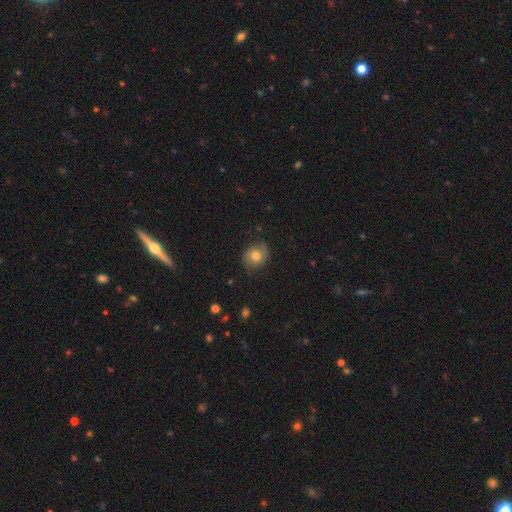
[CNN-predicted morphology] Q: Smooth or featured?
A: smooth (68%); runner-up: featured or disk (22%)
Q: How rounded?
A: round (70%); runner-up: in between (29%)
Q: Merging?
A: none (75%); runner-up: minor disturbance (19%)